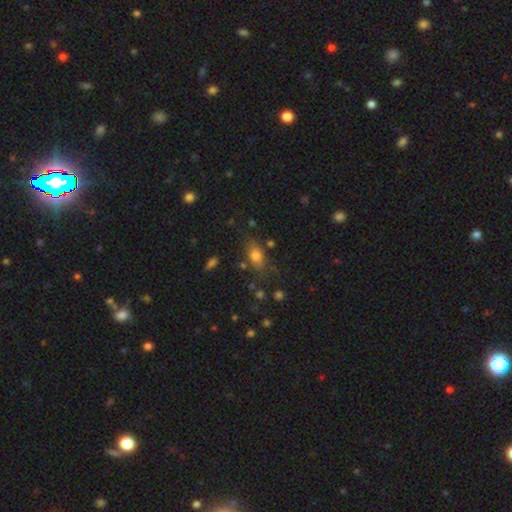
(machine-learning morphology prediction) Smooth or featured? smooth (74%)
How rounded? in between (77%)
Merging? none (69%)